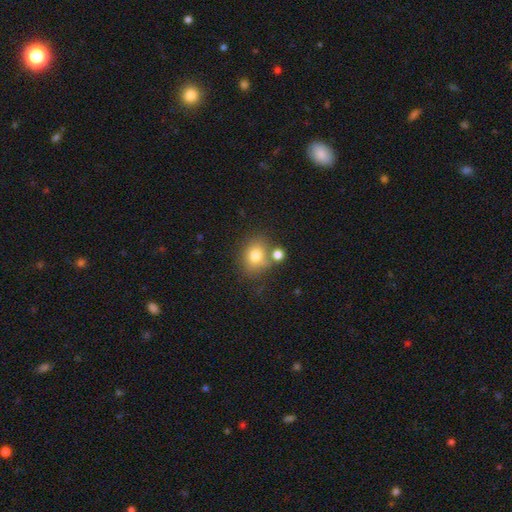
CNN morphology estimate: Smooth or featured? Predicted: smooth (p=0.77). How rounded? Predicted: round (p=0.58). Merging? Predicted: none (p=0.63).